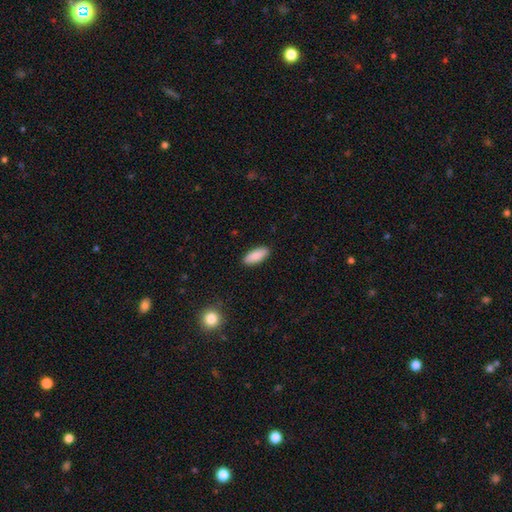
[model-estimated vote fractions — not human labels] Smooth or featured? Predicted: smooth (p=0.89). How rounded? Predicted: in between (p=0.81). Merging? Predicted: none (p=0.90).